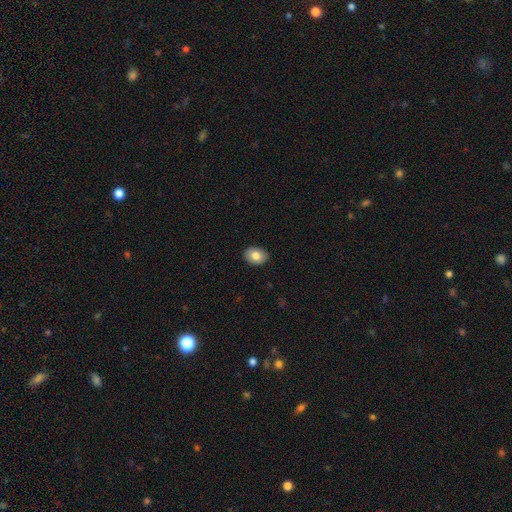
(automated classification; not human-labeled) Overall: smooth (80%). How rounded: in between (69%; round 30%). Merging: none (89%).